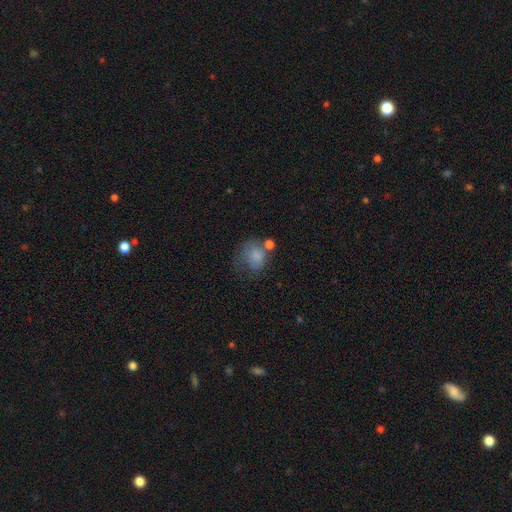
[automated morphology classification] A smooth galaxy with no disk features (73%) that is round (67%). Merging: none (37%).